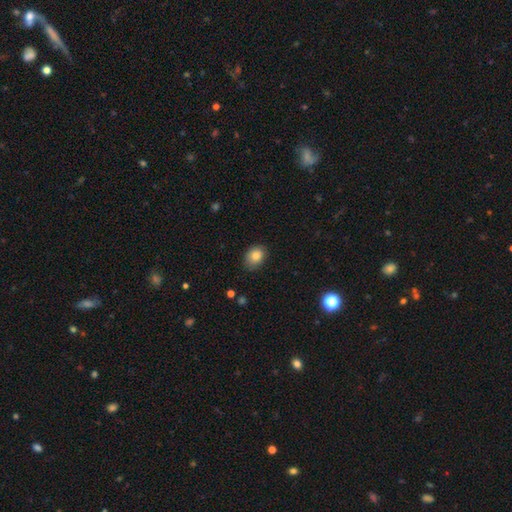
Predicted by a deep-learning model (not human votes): Smooth or featured? Predicted: smooth (p=0.82). How rounded? Predicted: in between (p=0.58). Merging? Predicted: none (p=0.79).